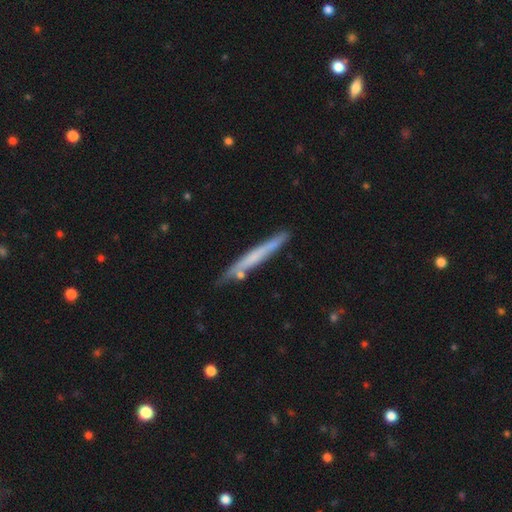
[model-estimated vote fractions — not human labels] This is possibly a smooth galaxy (49%). Merging: clearly none (80%).